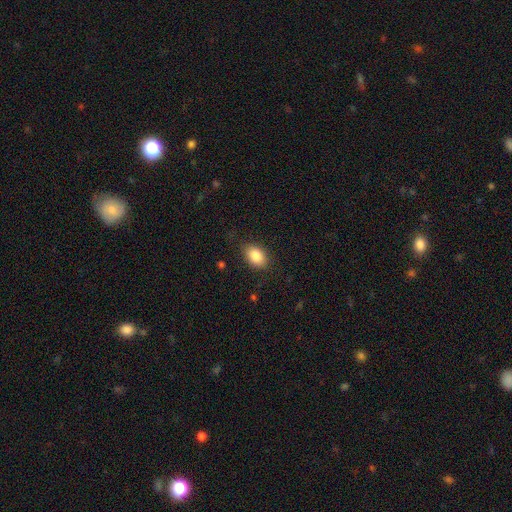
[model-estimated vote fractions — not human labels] Smooth or featured: smooth — 86% (star or artifact — 8%)
How rounded: in between — 83% (round — 16%)
Merging: none — 82% (minor disturbance — 13%)